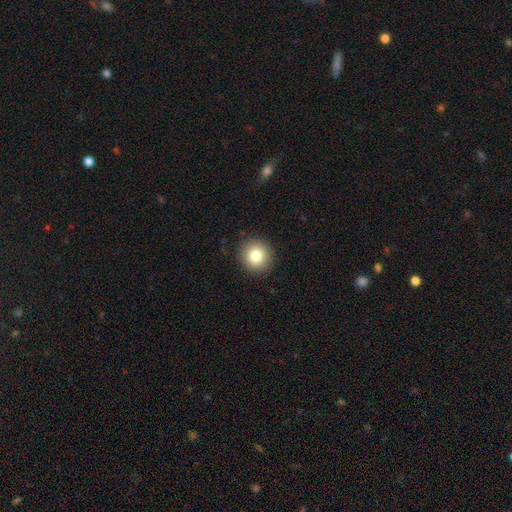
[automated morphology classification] smooth-or-featured: smooth: 80% | star or artifact: 10% | featured or disk: 10%
  how-rounded: round: 92% | in between: 7% | cigar-shaped: 1%
  merging: none: 91% | minor disturbance: 6% | major disturbance: 2% | merger: 1%